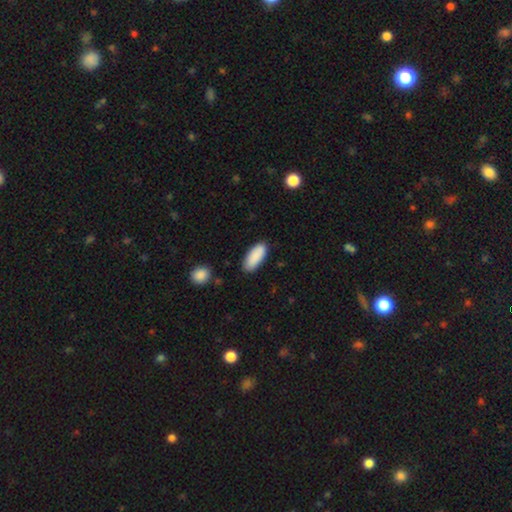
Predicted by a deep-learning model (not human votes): Smooth or featured?
  - smooth: 90% *
  - star or artifact: 6%
  - featured or disk: 4%
How rounded?
  - in between: 83% *
  - cigar-shaped: 15%
  - round: 2%
Merging?
  - none: 84% *
  - minor disturbance: 12%
  - major disturbance: 2%
  - merger: 2%